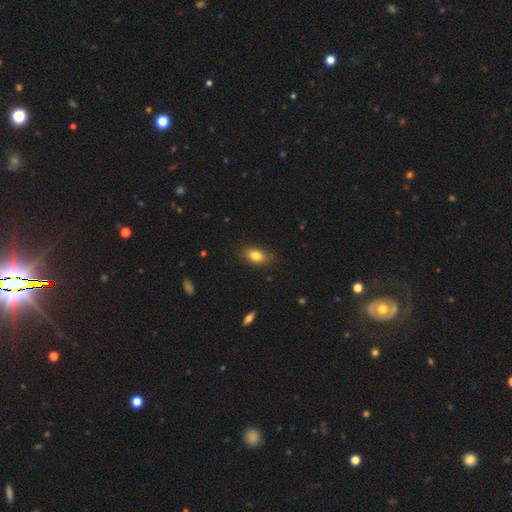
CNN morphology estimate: type=smooth (82%); roundness=in between (86%); merging=none (83%).